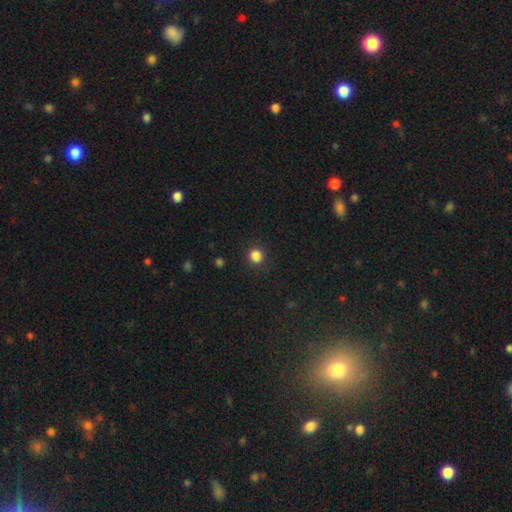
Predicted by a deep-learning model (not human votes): smooth_or_featured: smooth (p=0.85) [alt: star or artifact p=0.12]
how_rounded: round (p=0.92) [alt: in between p=0.07]
merging: none (p=0.91) [alt: minor disturbance p=0.06]